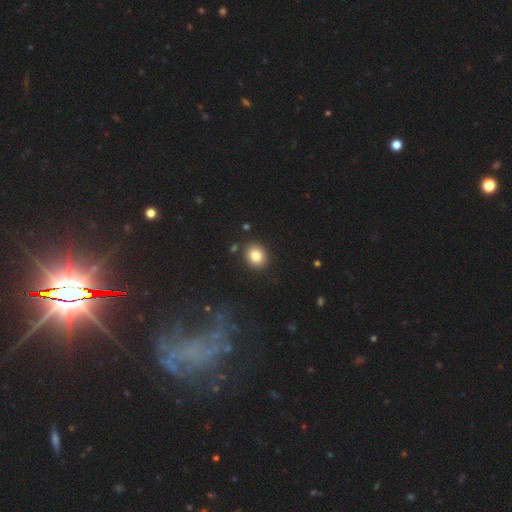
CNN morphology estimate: The model was most divided on "how rounded": round: 59%, in between: 40%, cigar-shaped: 1%. More confident: merging — none (86%); smooth or featured — smooth (84%).